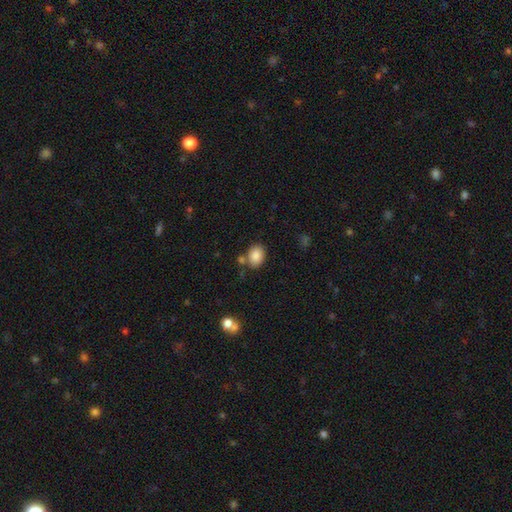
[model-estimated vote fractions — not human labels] A smooth galaxy with no disk features (86%) that is in between round and cigar-shaped (65%). Merging: none (71%).